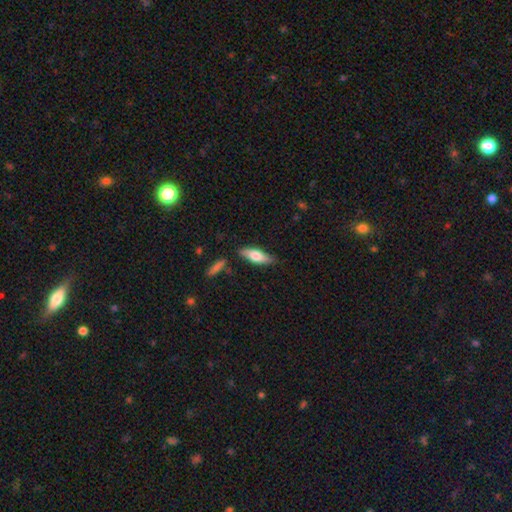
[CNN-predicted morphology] Smooth or featured? smooth (66%)
How rounded? in between (57%)
Merging? none (79%)